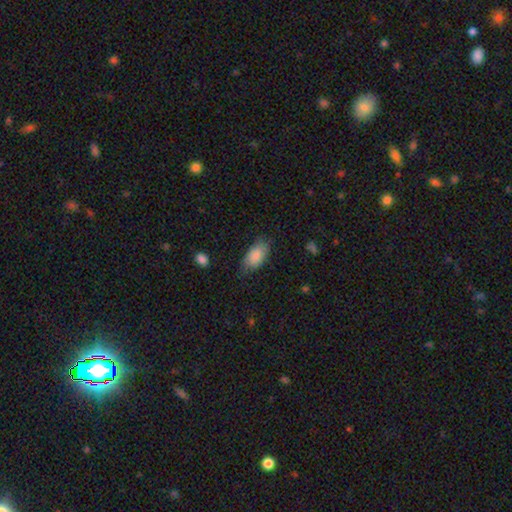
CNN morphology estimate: Overall: smooth (86%). How rounded: in between (93%). Merging: none (71%).